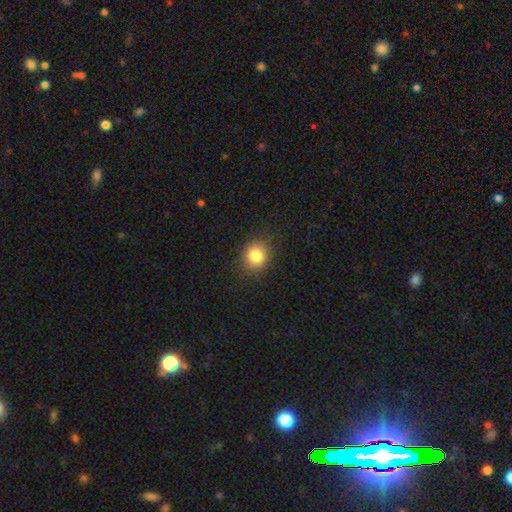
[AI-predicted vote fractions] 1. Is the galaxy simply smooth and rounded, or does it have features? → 84% smooth, 10% star or artifact, 6% featured or disk.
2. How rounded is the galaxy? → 73% round, 26% in between, 1% cigar-shaped.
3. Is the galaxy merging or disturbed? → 88% none, 9% minor disturbance, 3% major disturbance, 1% merger.